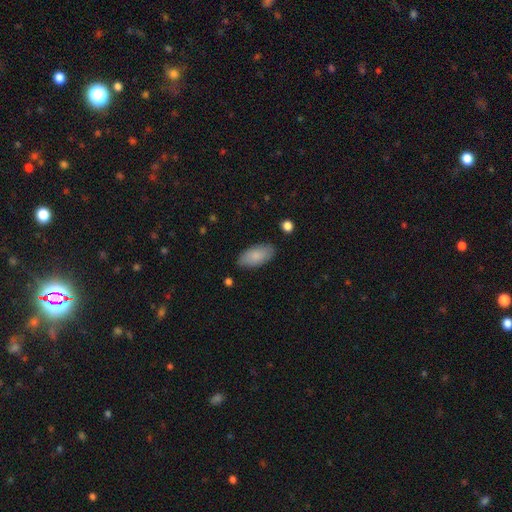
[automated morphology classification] type=smooth (84%); roundness=in between (93%); merging=none (83%).